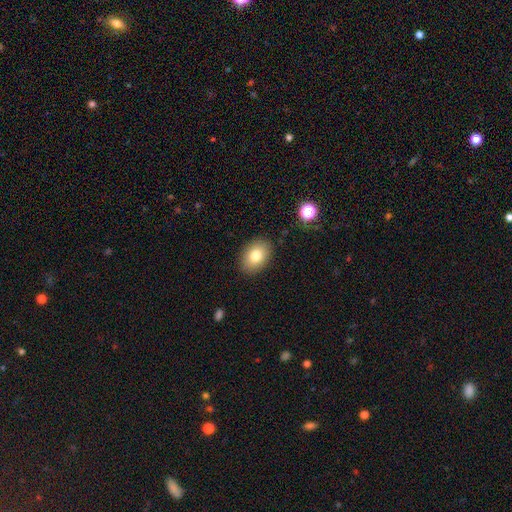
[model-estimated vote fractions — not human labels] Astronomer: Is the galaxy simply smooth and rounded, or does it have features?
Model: smooth — 80%.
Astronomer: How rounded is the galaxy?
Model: in between — 78%.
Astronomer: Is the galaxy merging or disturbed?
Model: none — 88%.